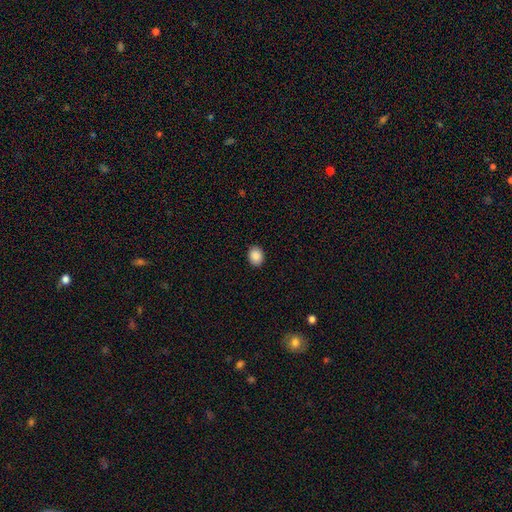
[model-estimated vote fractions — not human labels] smooth-or-featured: smooth: 89% | star or artifact: 8% | featured or disk: 3%
  how-rounded: in between: 59% | round: 41% | cigar-shaped: 1%
  merging: none: 90% | minor disturbance: 7% | major disturbance: 2% | merger: 1%